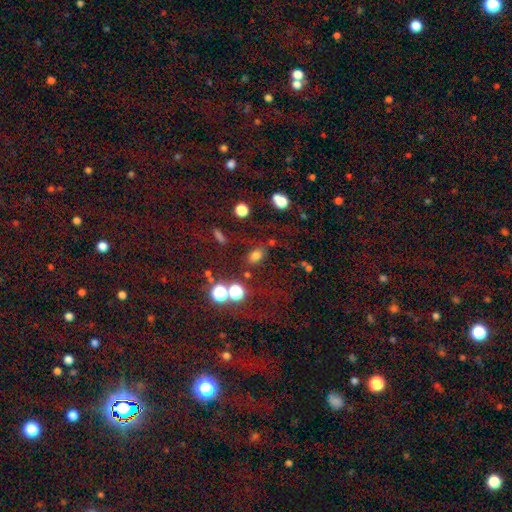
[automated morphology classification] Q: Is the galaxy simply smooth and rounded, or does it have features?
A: smooth — 71%.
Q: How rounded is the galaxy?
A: in between — 77%.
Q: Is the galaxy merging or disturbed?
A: none — 75%.